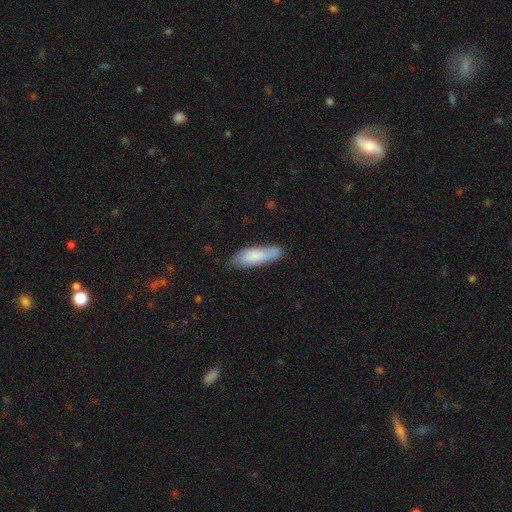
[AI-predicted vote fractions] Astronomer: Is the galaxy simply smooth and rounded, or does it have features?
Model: smooth — 79%.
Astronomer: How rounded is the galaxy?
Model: cigar-shaped — 49%, tied with in between at 49%.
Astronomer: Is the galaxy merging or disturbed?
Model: none — 70%.